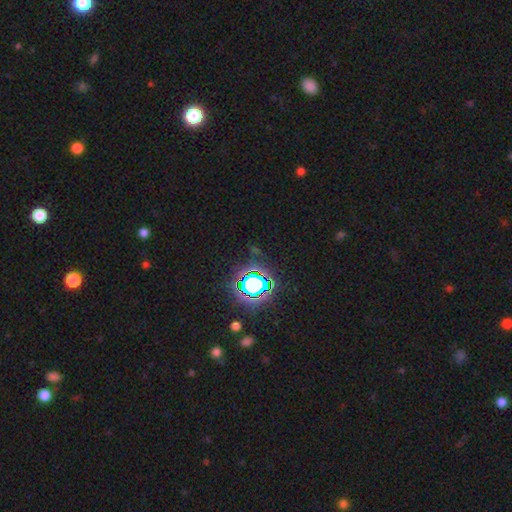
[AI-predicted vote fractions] Smooth or featured? Predicted: star or artifact (p=0.77).